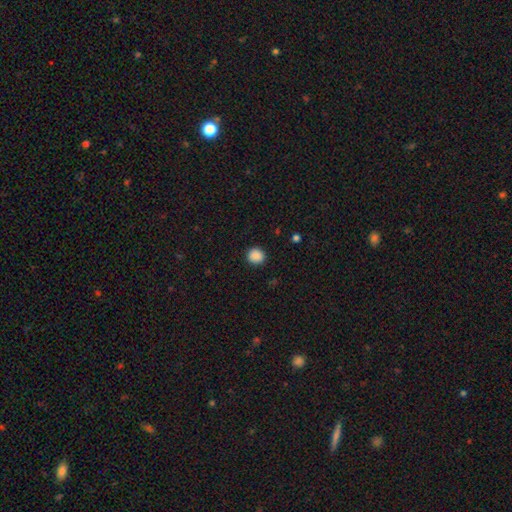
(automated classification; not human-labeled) smooth-or-featured: smooth: 88% | star or artifact: 9% | featured or disk: 3%
  how-rounded: round: 87% | in between: 12% | cigar-shaped: 1%
  merging: none: 90% | minor disturbance: 6% | major disturbance: 2% | merger: 1%